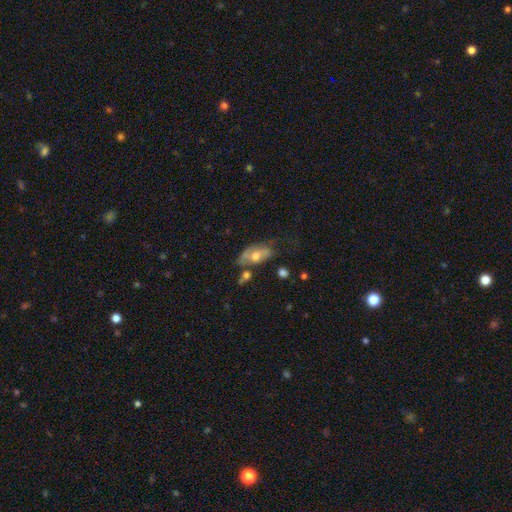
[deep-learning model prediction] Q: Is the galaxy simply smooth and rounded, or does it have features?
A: featured or disk — 50%.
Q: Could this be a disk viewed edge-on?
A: no — 86%.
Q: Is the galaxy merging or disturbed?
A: none — 35%.